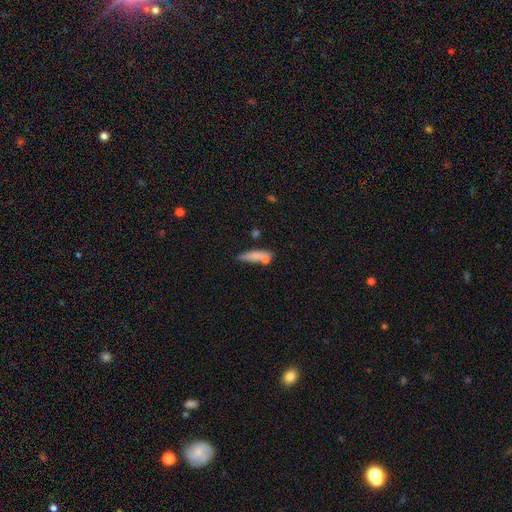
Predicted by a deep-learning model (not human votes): smooth_or_featured: smooth (p=0.73) [alt: featured or disk p=0.18]
how_rounded: cigar-shaped (p=0.71) [alt: in between p=0.26]
merging: none (p=0.56) [alt: minor disturbance p=0.20]